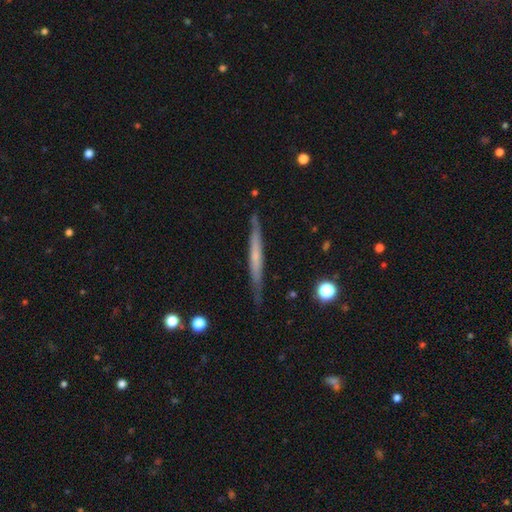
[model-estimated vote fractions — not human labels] Smooth or featured? featured or disk (53%)
Edge-on disk? yes (95%)
Edge-on bulge? none (75%)
Merging? none (84%)